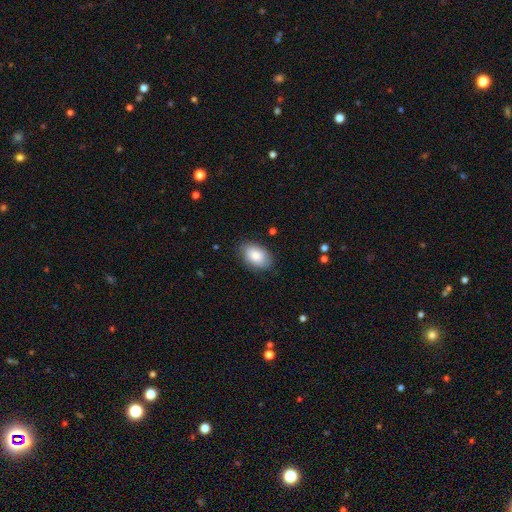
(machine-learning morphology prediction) Smooth or featured? Predicted: smooth (p=0.86). How rounded? Predicted: in between (p=0.91). Merging? Predicted: none (p=0.82).